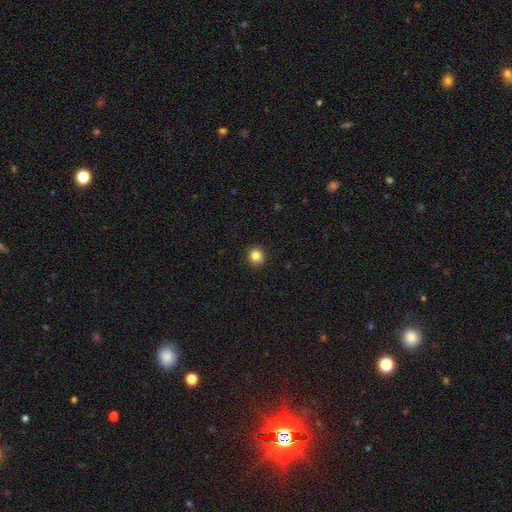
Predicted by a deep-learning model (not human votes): smooth_or_featured: smooth (p=0.85) [alt: star or artifact p=0.11]
how_rounded: round (p=0.80) [alt: in between p=0.19]
merging: none (p=0.91) [alt: minor disturbance p=0.06]